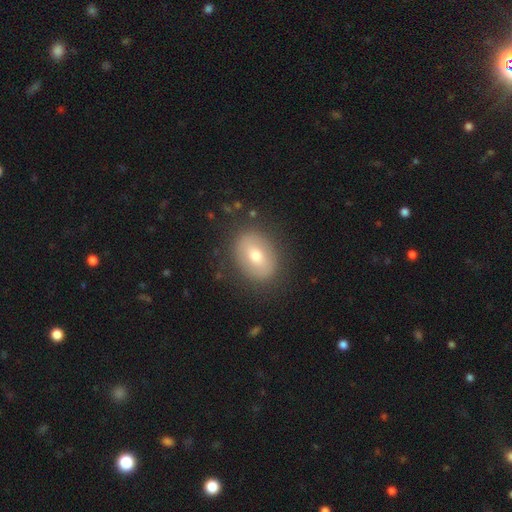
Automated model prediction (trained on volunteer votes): This is possibly a smooth galaxy (57%). How rounded: likely in between (68%). Merging: clearly none (84%).